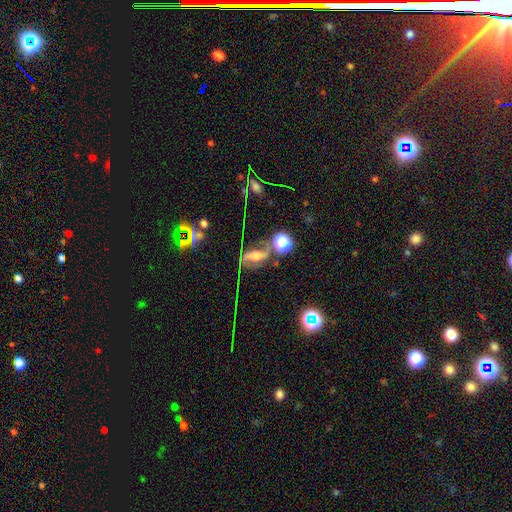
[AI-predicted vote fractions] Smooth or featured: featured or disk — 63% (smooth — 19%)
Edge-on disk: no — 90% (yes — 10%)
Bar: strong — 42% (weak — 32%)
Spiral arms: yes — 87% (no — 13%)
Bulge size: moderate — 45% (small — 29%)
Merging: none — 55% (minor disturbance — 18%)